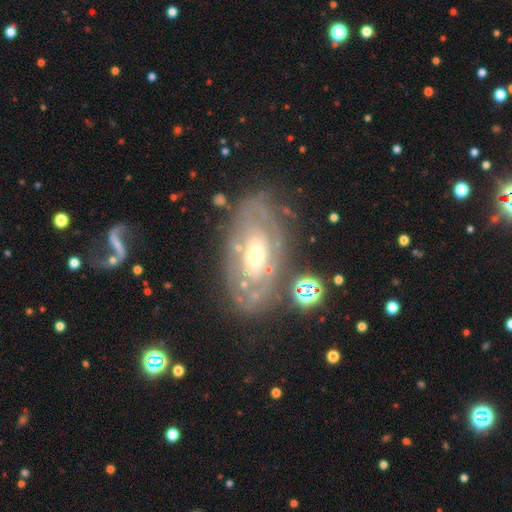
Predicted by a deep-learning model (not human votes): featured or disk 73%, smooth 20%, star or artifact 7%. Down the decision tree: edge-on disk — no (92%); bar — no (76%); spiral arms — yes (56%); bulge size — moderate (55%); merging — none (72%).